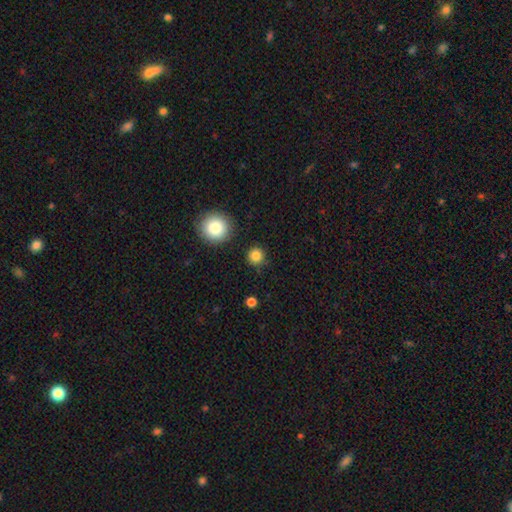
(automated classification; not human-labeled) smooth_or_featured: smooth (p=0.85) [alt: star or artifact p=0.12]
how_rounded: round (p=0.94) [alt: in between p=0.05]
merging: none (p=0.88) [alt: minor disturbance p=0.07]